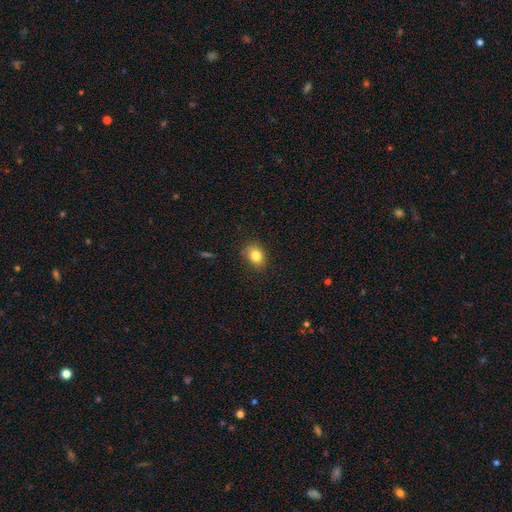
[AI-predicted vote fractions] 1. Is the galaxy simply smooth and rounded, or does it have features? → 81% smooth, 11% star or artifact, 8% featured or disk.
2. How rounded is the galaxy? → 50% in between, 49% round, 1% cigar-shaped.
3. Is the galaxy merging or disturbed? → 79% none, 16% minor disturbance, 3% major disturbance, 1% merger.